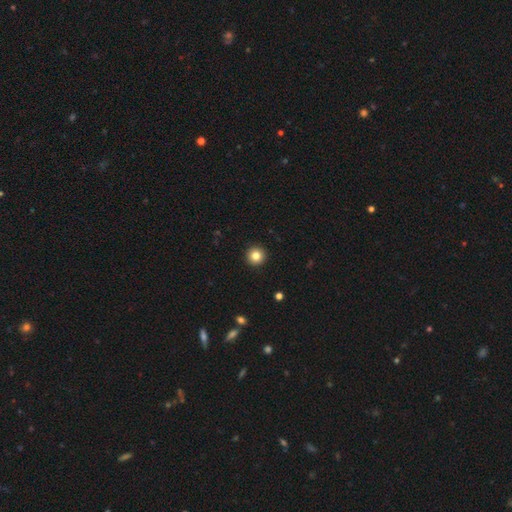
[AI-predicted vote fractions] The model was most divided on "smooth or featured": smooth: 83%, star or artifact: 11%, featured or disk: 7%. More confident: how rounded — round (96%); merging — none (94%).